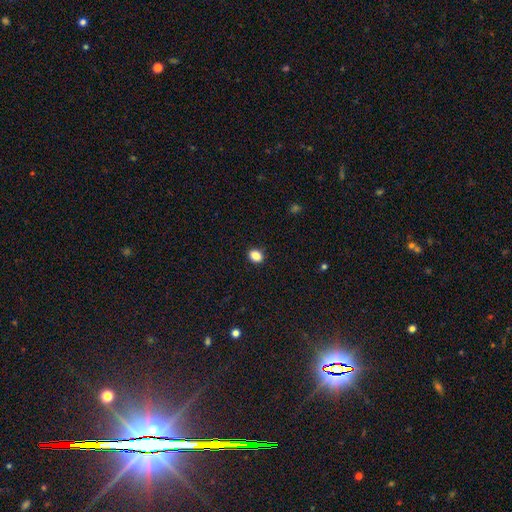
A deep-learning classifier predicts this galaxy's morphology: Overall: smooth (87%). How rounded: in between (57%; round 42%). Merging: none (90%).